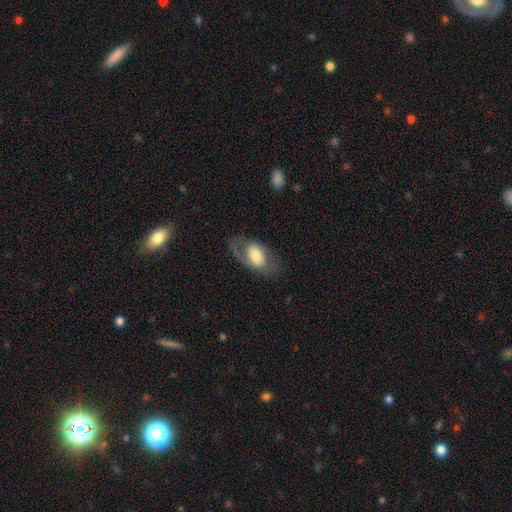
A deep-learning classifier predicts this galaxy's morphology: Smooth or featured: smooth — 49% (featured or disk — 44%)
Merging: none — 60% (minor disturbance — 19%)